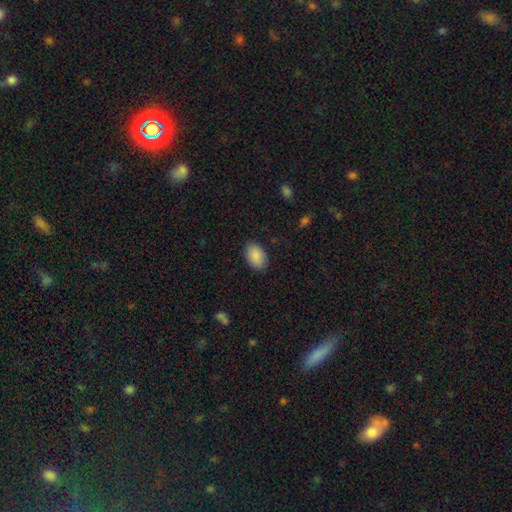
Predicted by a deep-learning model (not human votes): Smooth or featured? smooth (89%)
How rounded? in between (91%)
Merging? none (86%)